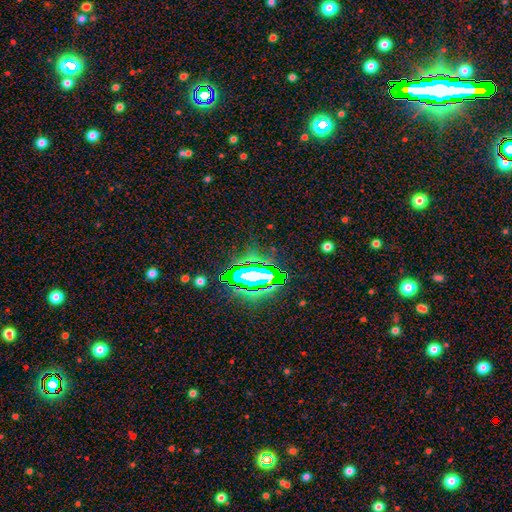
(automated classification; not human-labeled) Smooth or featured?
  - star or artifact: 59% *
  - smooth: 26%
  - featured or disk: 15%